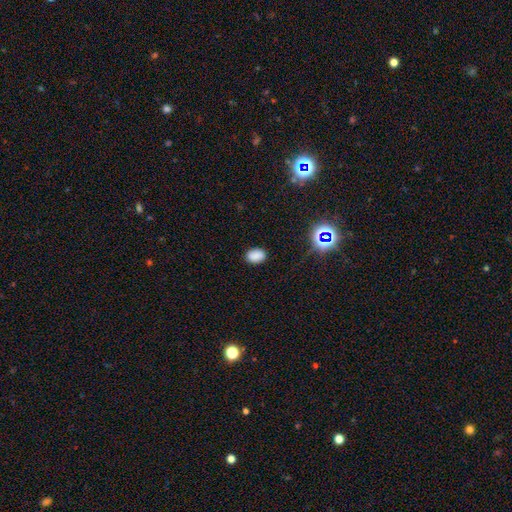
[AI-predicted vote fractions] Overall: smooth (83%). How rounded: in between (79%). Merging: none (86%).